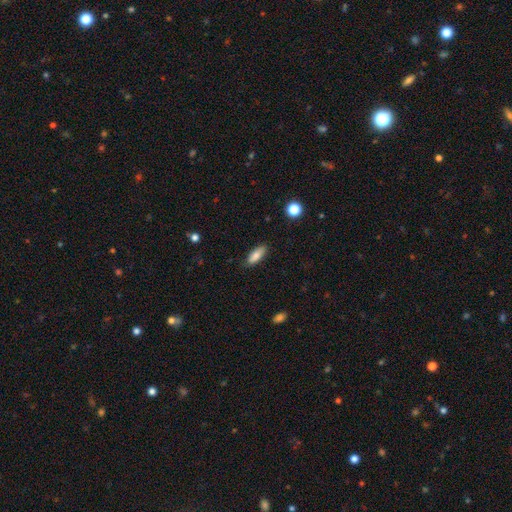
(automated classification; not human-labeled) Smooth or featured? Predicted: smooth (p=0.83). How rounded? Predicted: in between (p=0.68). Merging? Predicted: none (p=0.85).